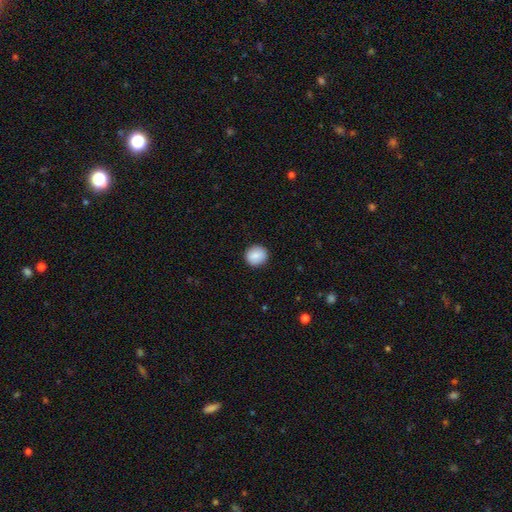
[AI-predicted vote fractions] Smooth or featured?
  - smooth: 80% *
  - featured or disk: 12%
  - star or artifact: 8%
How rounded?
  - round: 86% *
  - in between: 13%
  - cigar-shaped: 1%
Merging?
  - none: 90% *
  - minor disturbance: 7%
  - major disturbance: 2%
  - merger: 1%